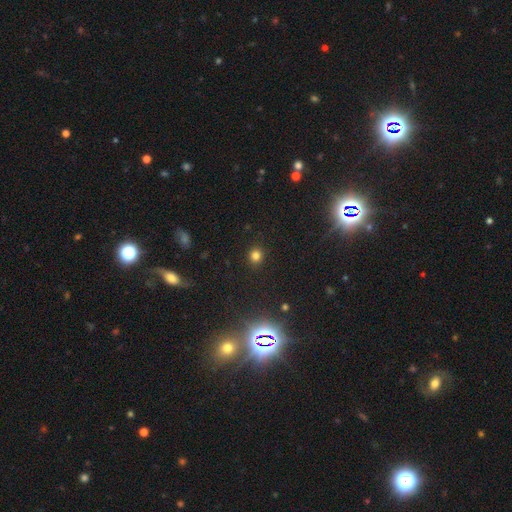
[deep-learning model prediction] smooth 79%, star or artifact 16%, featured or disk 4%. Down the decision tree: how rounded — round (89%); merging — none (91%).